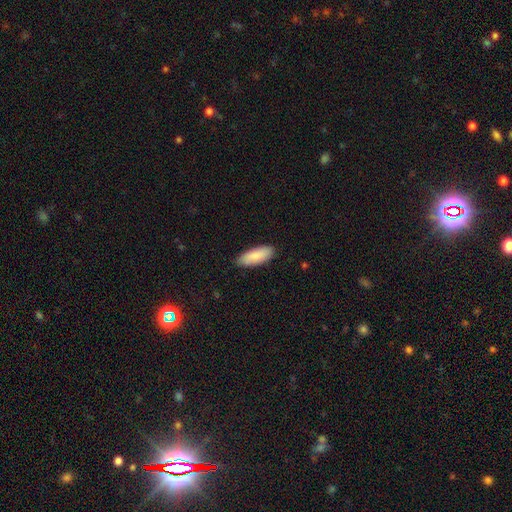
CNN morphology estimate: A smooth galaxy with no disk features (86%) that is in between round and cigar-shaped (74%). Merging: none (86%).